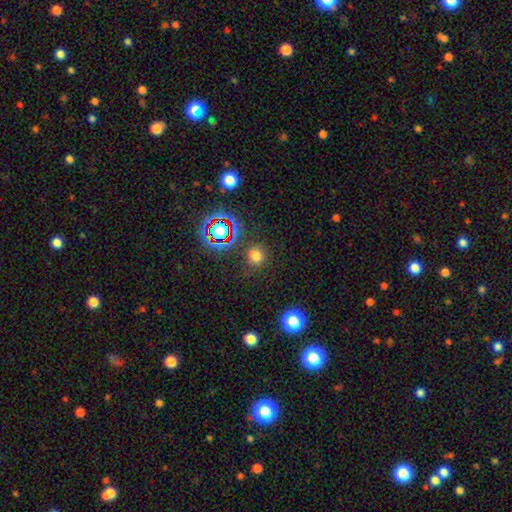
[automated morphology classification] Q: Smooth or featured?
A: smooth (69%); runner-up: star or artifact (25%)
Q: How rounded?
A: round (87%); runner-up: in between (12%)
Q: Merging?
A: none (84%); runner-up: minor disturbance (9%)